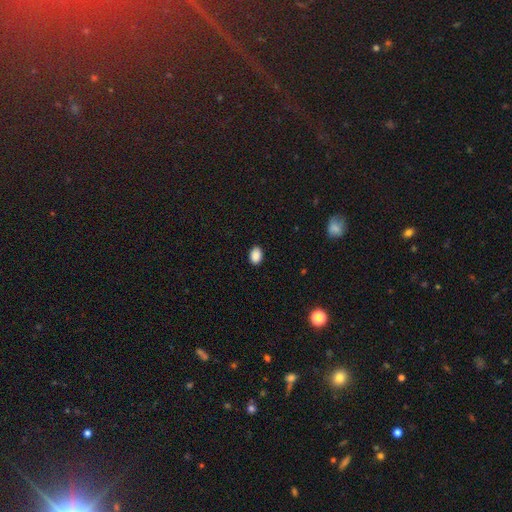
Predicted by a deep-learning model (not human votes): A smooth galaxy with no disk features (89%) that is in between round and cigar-shaped (77%).

Vote fractions:
- Smooth or featured? smooth: 89% / star or artifact: 8% / featured or disk: 3%
- How rounded? in between: 77% / round: 22% / cigar-shaped: 1%
- Merging? none: 89% / minor disturbance: 8% / major disturbance: 2% / merger: 1%